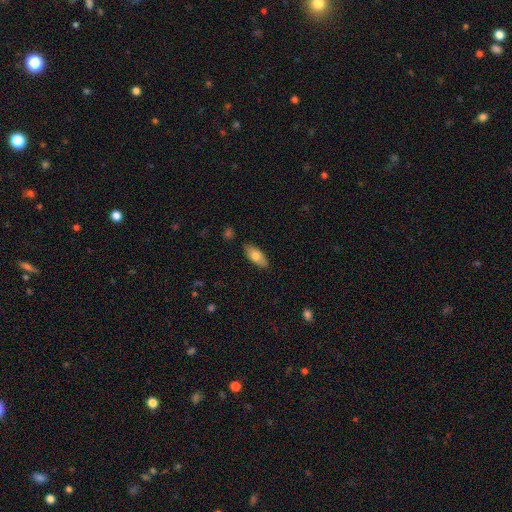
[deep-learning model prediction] A smooth galaxy with no disk features (75%) that is in between round and cigar-shaped (83%). Merging: none (86%).